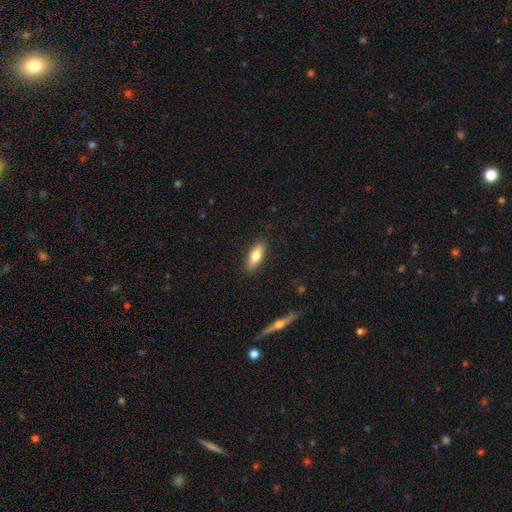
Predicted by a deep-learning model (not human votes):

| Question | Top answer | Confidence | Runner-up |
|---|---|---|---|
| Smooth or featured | smooth | 74% | featured or disk (20%) |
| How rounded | in between | 66% | cigar-shaped (32%) |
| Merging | none | 88% | minor disturbance (9%) |